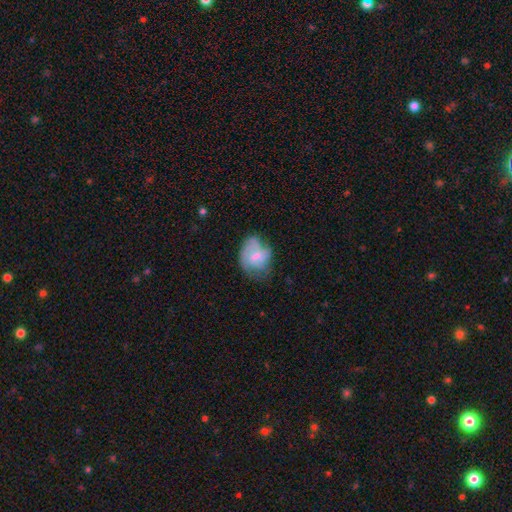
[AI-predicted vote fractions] Smooth or featured?
  - featured or disk: 53% *
  - smooth: 40%
  - star or artifact: 7%
Edge-on disk?
  - no: 97% *
  - yes: 3%
Bar?
  - no: 56% *
  - weak: 38%
  - strong: 6%
Spiral arms?
  - yes: 76% *
  - no: 24%
Bulge size?
  - small: 41% *
  - moderate: 39%
  - none: 14%
  - large: 5%
  - dominant: 1%
Merging?
  - none: 47% *
  - minor disturbance: 31%
  - major disturbance: 19%
  - merger: 3%